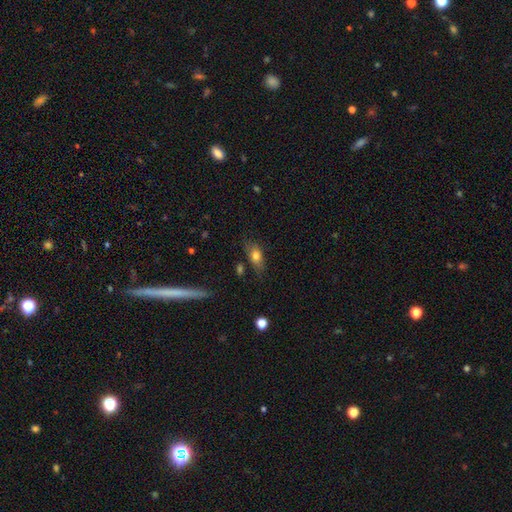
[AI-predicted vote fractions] Morphology: type=smooth (74%); roundness=in between (79%); merging=none (66%).